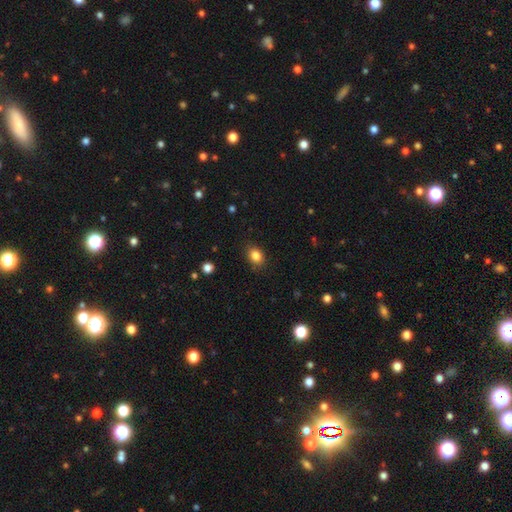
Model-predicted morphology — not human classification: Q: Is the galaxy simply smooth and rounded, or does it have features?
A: smooth — 85%.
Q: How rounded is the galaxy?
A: in between — 63%.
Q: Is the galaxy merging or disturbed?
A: none — 83%.